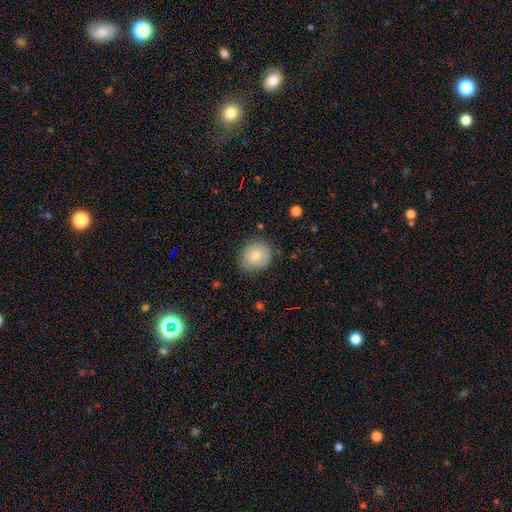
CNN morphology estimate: smooth 74%, featured or disk 19%, star or artifact 7%. Down the decision tree: how rounded — round (71%); merging — none (76%).